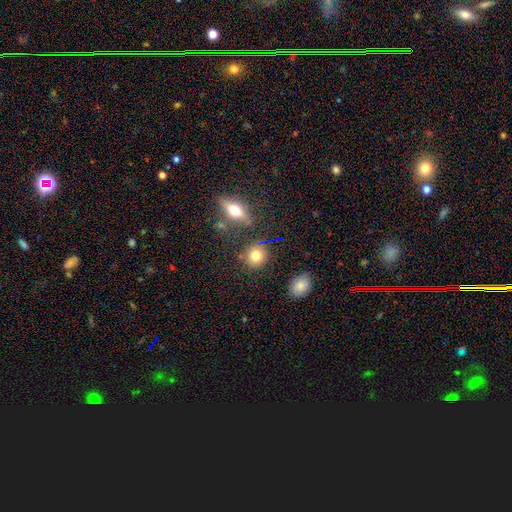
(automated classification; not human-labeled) Smooth or featured? Predicted: smooth (p=0.78). How rounded? Predicted: round (p=0.79). Merging? Predicted: none (p=0.81).